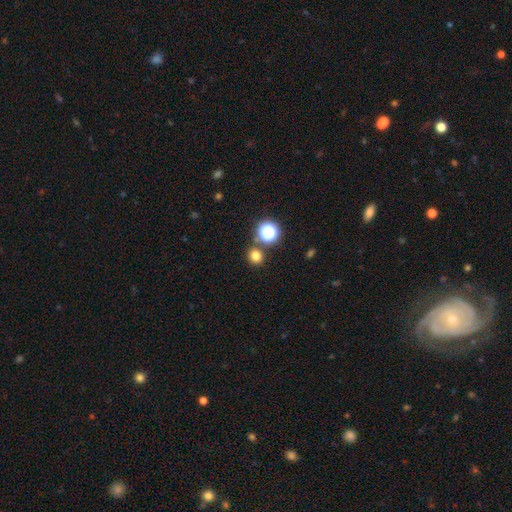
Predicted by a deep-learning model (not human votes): Morphology: type=smooth (75%); roundness=round (88%); merging=none (80%).